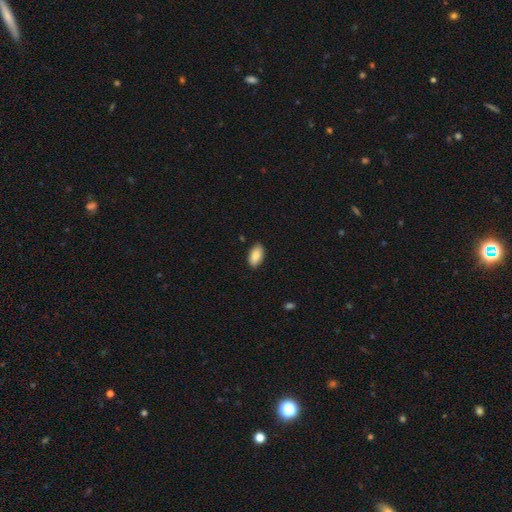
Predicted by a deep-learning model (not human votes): The model was most divided on "merging": none: 87%, minor disturbance: 10%, major disturbance: 2%, merger: 1%. More confident: how rounded — in between (94%); smooth or featured — smooth (88%).